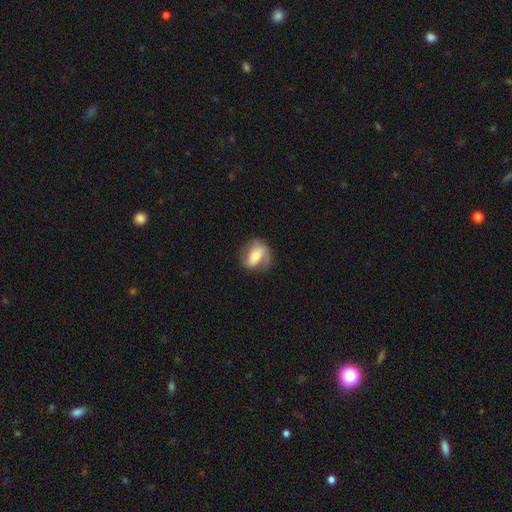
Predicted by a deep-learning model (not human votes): This is possibly a smooth galaxy (48%). Merging: likely none (62%).